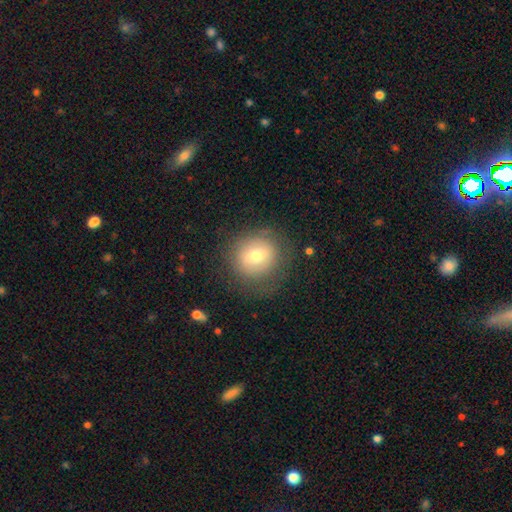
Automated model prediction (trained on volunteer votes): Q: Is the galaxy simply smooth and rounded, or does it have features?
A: smooth — 68%.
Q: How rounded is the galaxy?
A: round — 87%.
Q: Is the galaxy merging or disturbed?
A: none — 78%.